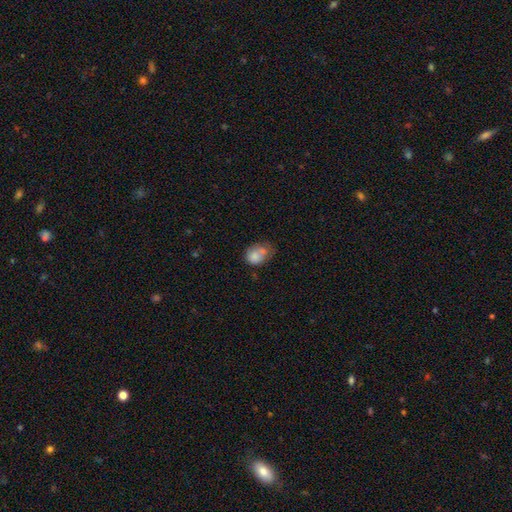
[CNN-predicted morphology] This is likely a smooth galaxy (75%). How rounded: likely in between (64%). Merging: marginally none (31%).